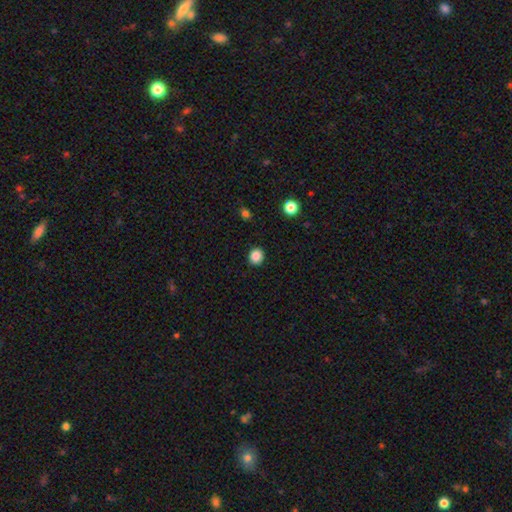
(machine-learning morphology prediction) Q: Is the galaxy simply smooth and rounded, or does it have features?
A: smooth — 86%.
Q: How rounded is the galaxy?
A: round — 83%.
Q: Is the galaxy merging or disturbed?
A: none — 91%.